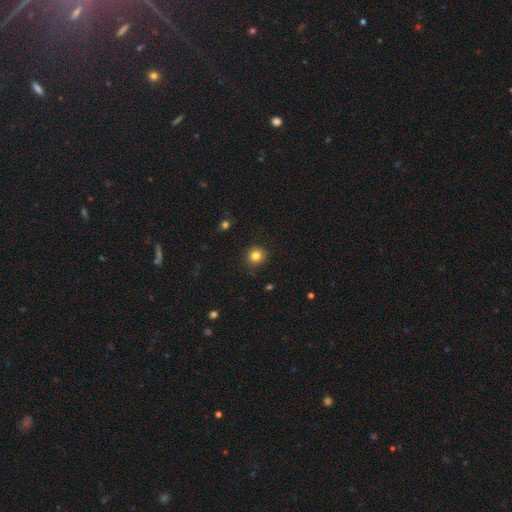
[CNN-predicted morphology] smooth-or-featured: smooth: 83% | star or artifact: 12% | featured or disk: 5%
  how-rounded: round: 91% | in between: 8% | cigar-shaped: 1%
  merging: none: 89% | minor disturbance: 8% | major disturbance: 2% | merger: 1%